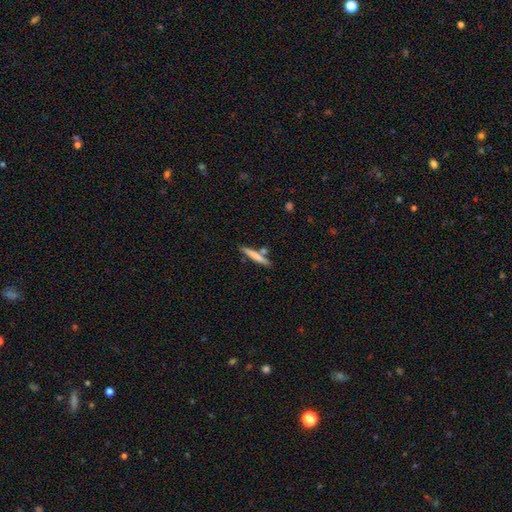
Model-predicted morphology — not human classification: smooth-or-featured: smooth: 71% | featured or disk: 23% | star or artifact: 6%
  how-rounded: cigar-shaped: 93% | in between: 5% | round: 2%
  merging: none: 76% | merger: 12% | minor disturbance: 10% | major disturbance: 2%